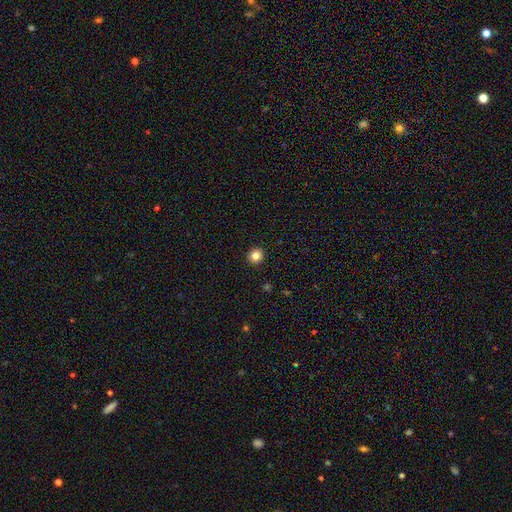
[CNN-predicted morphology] A smooth galaxy with no disk features (83%) that is round (91%). Merging: none (93%).